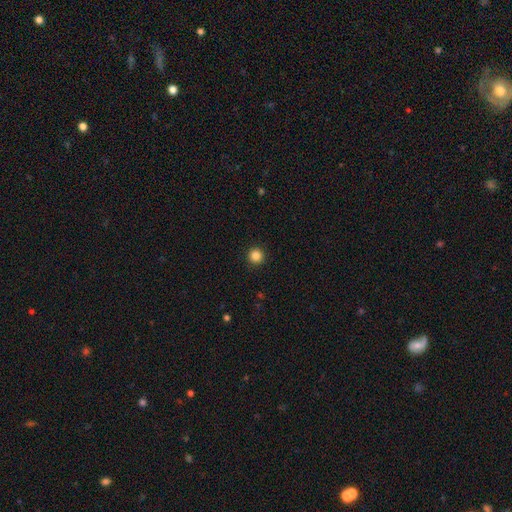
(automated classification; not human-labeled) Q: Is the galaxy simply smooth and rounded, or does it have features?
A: smooth — 86%.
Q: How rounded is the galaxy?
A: round — 96%.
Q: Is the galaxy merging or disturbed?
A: none — 93%.